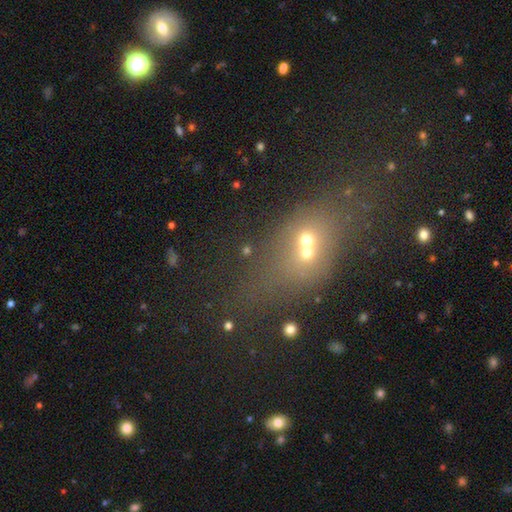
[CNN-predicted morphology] The model was most divided on "smooth or featured": smooth: 42%, star or artifact: 35%, featured or disk: 24%. More confident: merging — none (50%).